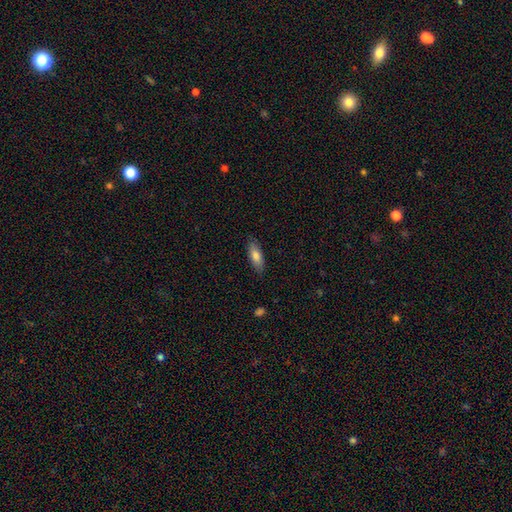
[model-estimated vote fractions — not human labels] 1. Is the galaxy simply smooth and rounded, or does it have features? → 80% smooth, 14% featured or disk, 6% star or artifact.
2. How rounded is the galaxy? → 69% in between, 29% cigar-shaped, 2% round.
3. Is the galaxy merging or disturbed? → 85% none, 11% minor disturbance, 2% major disturbance, 1% merger.